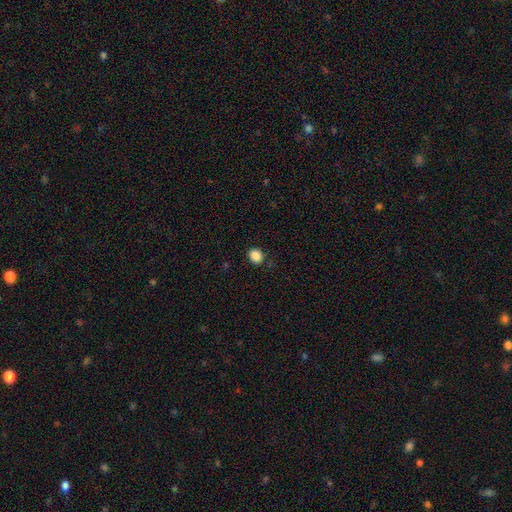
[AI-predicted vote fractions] Smooth or featured? Predicted: smooth (p=0.87). How rounded? Predicted: round (p=0.62). Merging? Predicted: none (p=0.85).